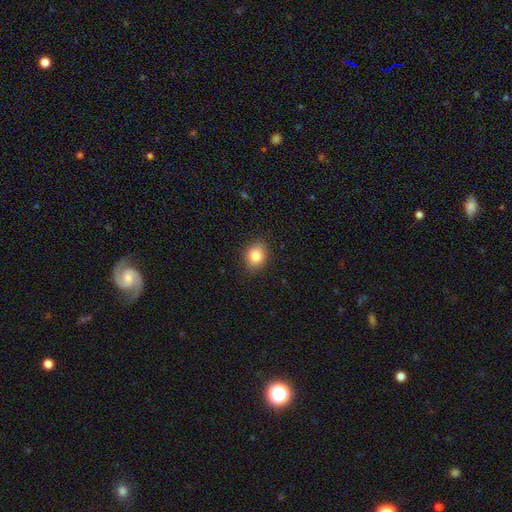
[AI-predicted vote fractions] This appears to be a smooth galaxy with no disk features (83%) that is in between round and cigar-shaped (54%). Merging: none (87%).